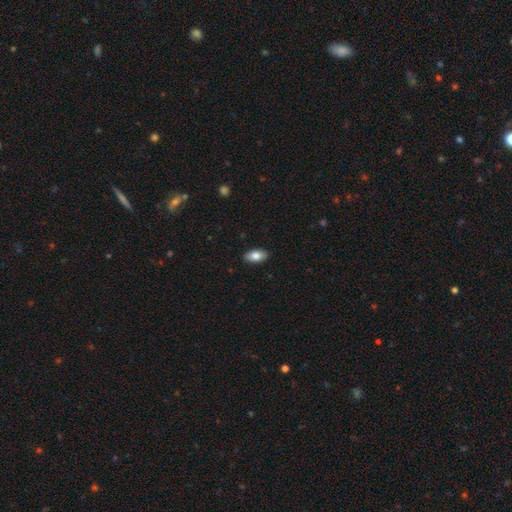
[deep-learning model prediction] The model was most divided on "smooth or featured": smooth: 82%, featured or disk: 11%, star or artifact: 7%. More confident: how rounded — in between (92%); merging — none (89%).